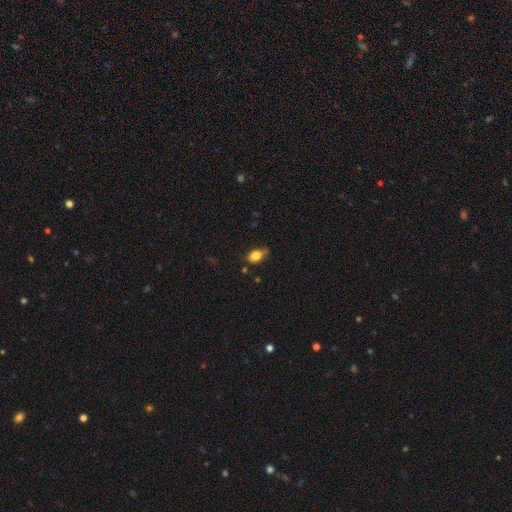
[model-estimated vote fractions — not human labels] This is clearly a smooth galaxy (81%). How rounded: clearly in between (81%). Merging: likely none (63%).